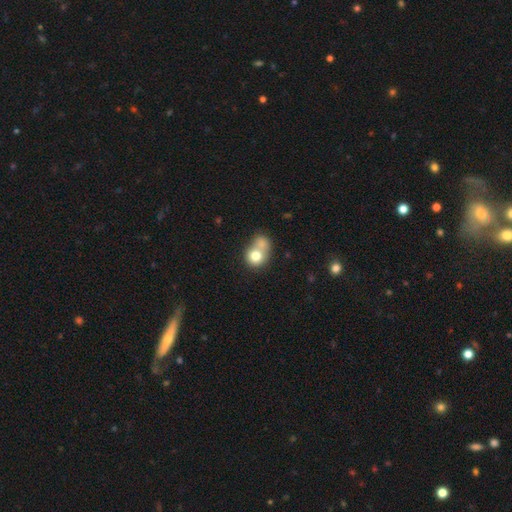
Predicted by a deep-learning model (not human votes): smooth 74%, featured or disk 17%, star or artifact 9%. Down the decision tree: how rounded — round (66%); merging — merger (61%).